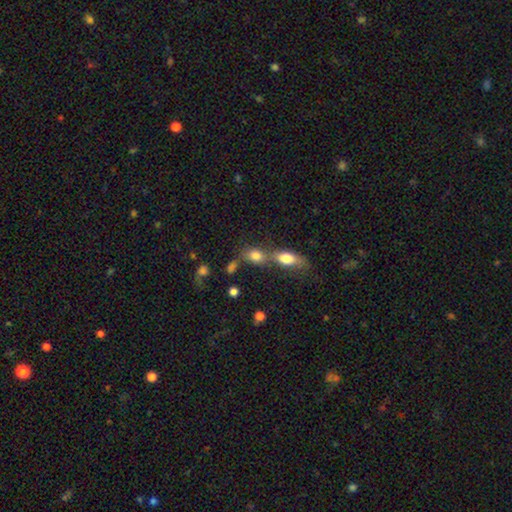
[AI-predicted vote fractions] smooth-or-featured: smooth: 79% | star or artifact: 11% | featured or disk: 10%
  how-rounded: in between: 70% | round: 26% | cigar-shaped: 4%
  merging: merger: 50% | none: 35% | minor disturbance: 10% | major disturbance: 5%